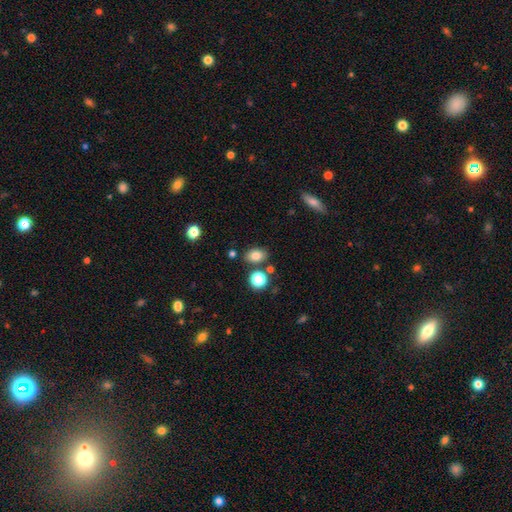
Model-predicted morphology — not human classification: This is clearly a smooth galaxy (81%). How rounded: likely in between (69%). Merging: likely none (78%).